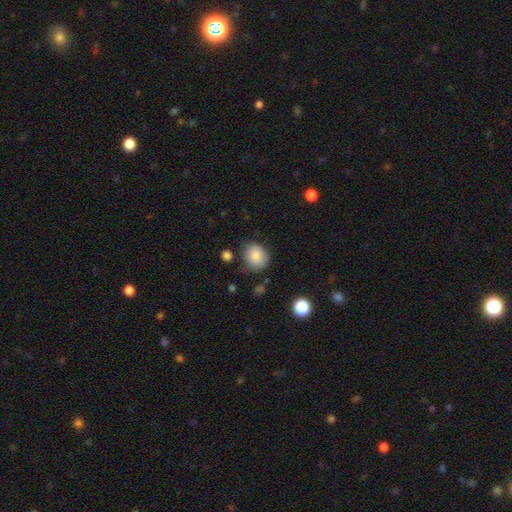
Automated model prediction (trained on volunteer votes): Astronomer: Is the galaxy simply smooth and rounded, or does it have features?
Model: smooth — 83%.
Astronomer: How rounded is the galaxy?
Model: round — 66%.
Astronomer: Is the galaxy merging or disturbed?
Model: none — 71%.